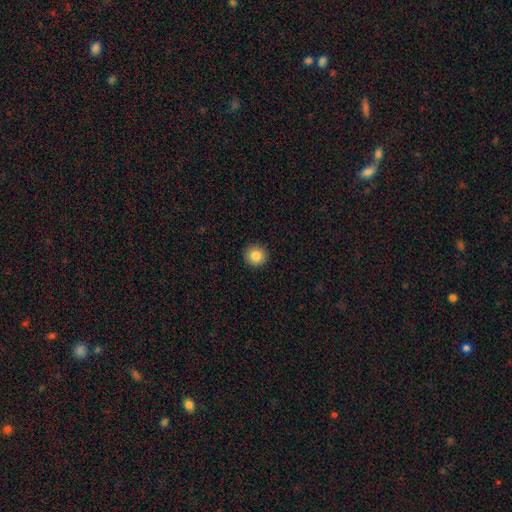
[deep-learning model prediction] smooth-or-featured: smooth: 85% | star or artifact: 10% | featured or disk: 6%
  how-rounded: round: 93% | in between: 6% | cigar-shaped: 1%
  merging: none: 93% | minor disturbance: 5% | major disturbance: 2% | merger: 1%